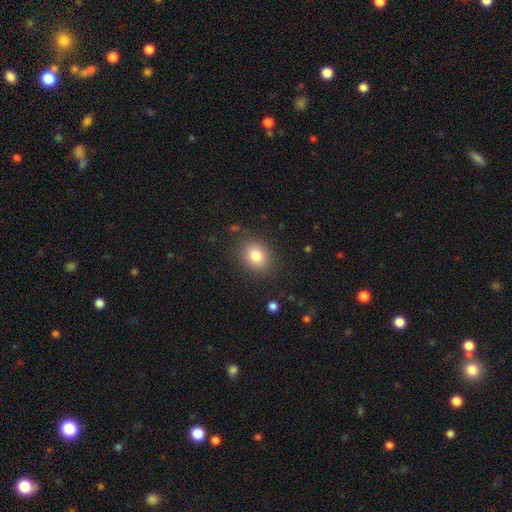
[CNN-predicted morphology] smooth 81%, star or artifact 10%, featured or disk 9%. Down the decision tree: how rounded — round (52%); merging — none (85%).